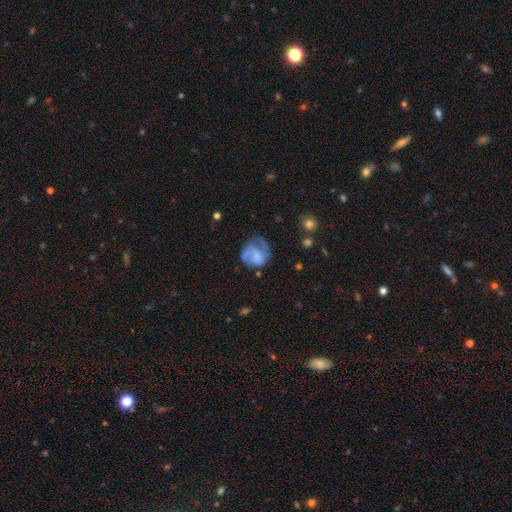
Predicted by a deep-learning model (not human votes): featured or disk 47%, smooth 44%, star or artifact 9%. Down the decision tree: merging — none (38%).